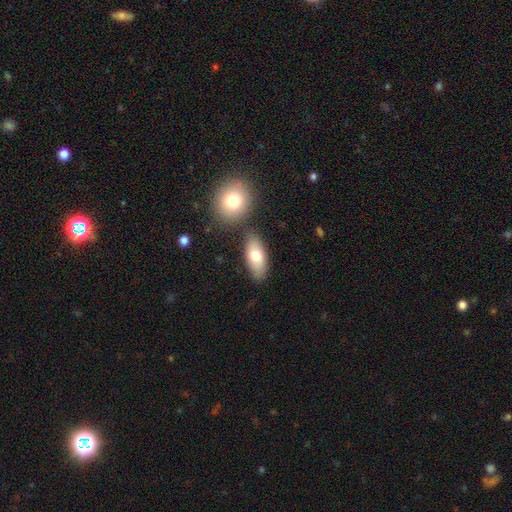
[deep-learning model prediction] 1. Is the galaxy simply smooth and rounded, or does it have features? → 75% smooth, 18% featured or disk, 6% star or artifact.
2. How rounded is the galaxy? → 86% in between, 10% cigar-shaped, 4% round.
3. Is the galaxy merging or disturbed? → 75% none, 12% minor disturbance, 11% merger, 3% major disturbance.